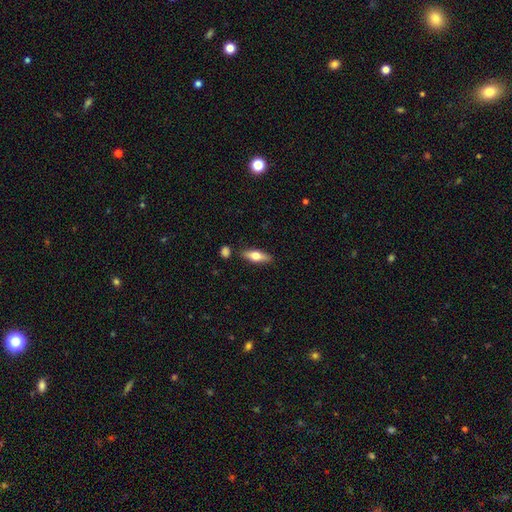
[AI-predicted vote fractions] Smooth or featured? smooth (58%)
How rounded? in between (51%)
Merging? none (84%)